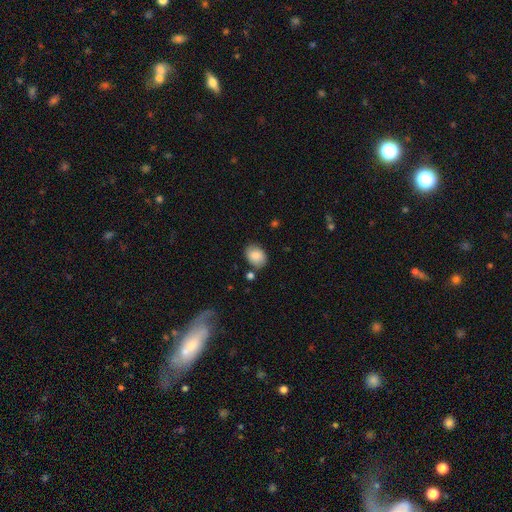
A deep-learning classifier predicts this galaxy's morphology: Smooth or featured? Predicted: smooth (p=0.84). How rounded? Predicted: in between (p=0.69). Merging? Predicted: none (p=0.74).